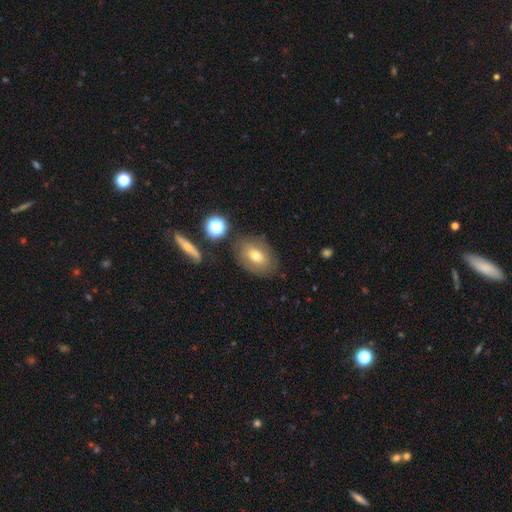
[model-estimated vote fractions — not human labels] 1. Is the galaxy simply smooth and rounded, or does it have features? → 64% smooth, 24% featured or disk, 12% star or artifact.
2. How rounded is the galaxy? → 74% in between, 24% round, 2% cigar-shaped.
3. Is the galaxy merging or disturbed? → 76% none, 14% minor disturbance, 6% major disturbance, 4% merger.